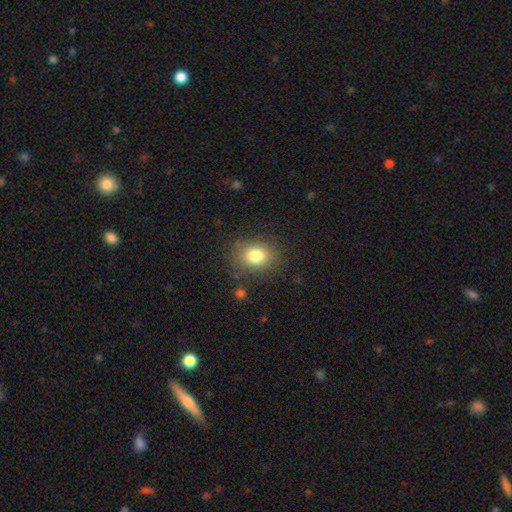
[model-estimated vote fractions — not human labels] This is clearly a smooth galaxy (80%). How rounded: possibly in between (50%). Merging: clearly none (82%).